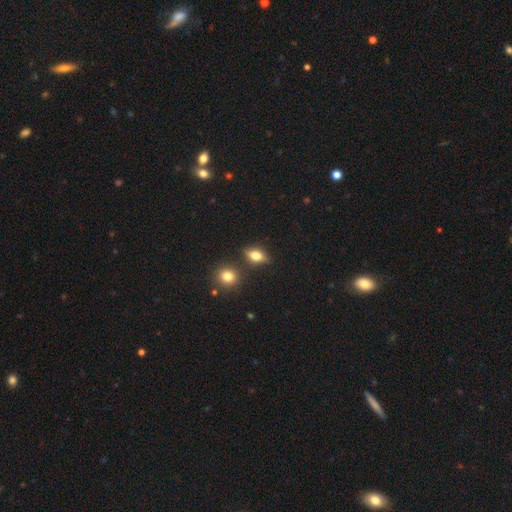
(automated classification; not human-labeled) Smooth or featured? Predicted: smooth (p=0.66). How rounded? Predicted: in between (p=0.71). Merging? Predicted: none (p=0.78).